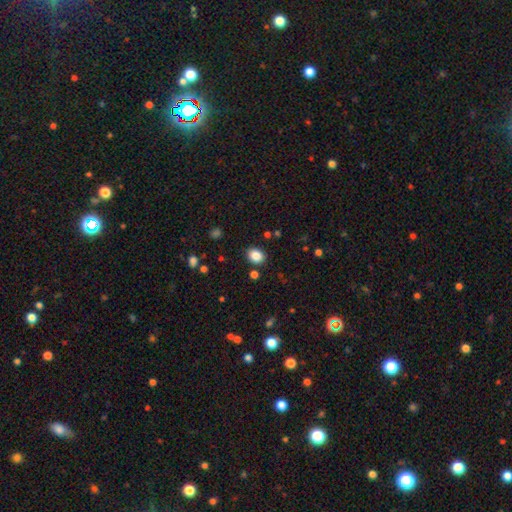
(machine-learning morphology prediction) Overall: smooth (85%). How rounded: in between (57%; round 43%). Merging: none (87%).